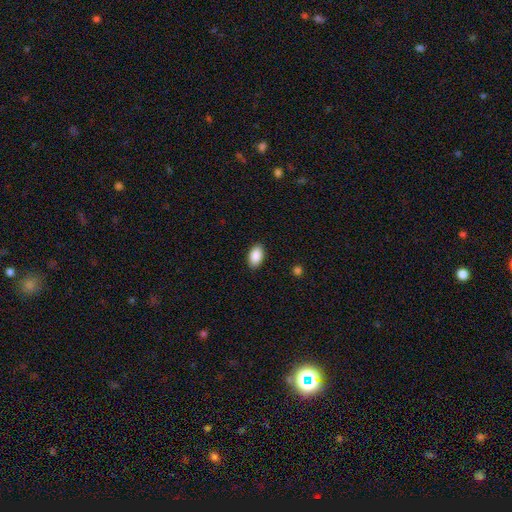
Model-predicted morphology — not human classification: Q: Smooth or featured?
A: smooth (90%); runner-up: star or artifact (7%)
Q: How rounded?
A: in between (93%); runner-up: round (5%)
Q: Merging?
A: none (89%); runner-up: minor disturbance (8%)